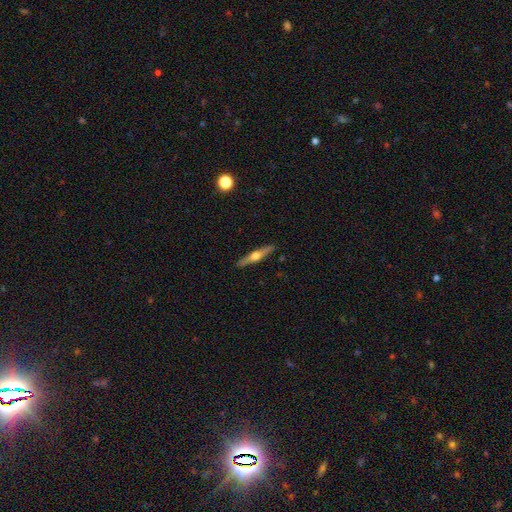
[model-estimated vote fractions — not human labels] Smooth or featured? featured or disk (66%)
Edge-on disk? yes (97%)
Edge-on bulge? rounded (94%)
Merging? none (91%)